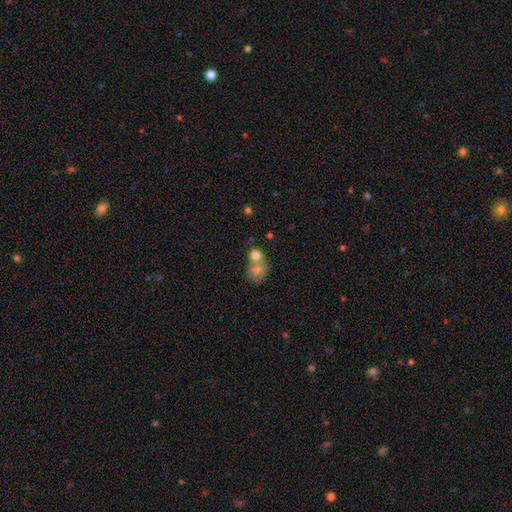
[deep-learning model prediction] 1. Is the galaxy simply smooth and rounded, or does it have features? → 76% smooth, 15% featured or disk, 9% star or artifact.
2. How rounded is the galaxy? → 66% round, 32% in between, 1% cigar-shaped.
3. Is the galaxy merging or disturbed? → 64% merger, 26% none, 7% minor disturbance, 3% major disturbance.